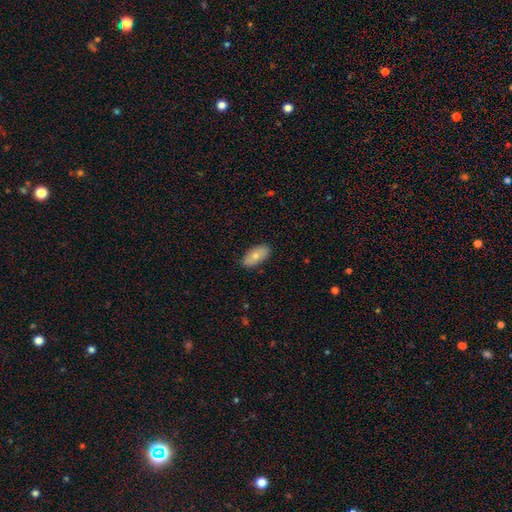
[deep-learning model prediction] smooth-or-featured: smooth: 76% | featured or disk: 17% | star or artifact: 6%
  how-rounded: in between: 92% | cigar-shaped: 5% | round: 3%
  merging: none: 85% | minor disturbance: 12% | major disturbance: 2% | merger: 1%